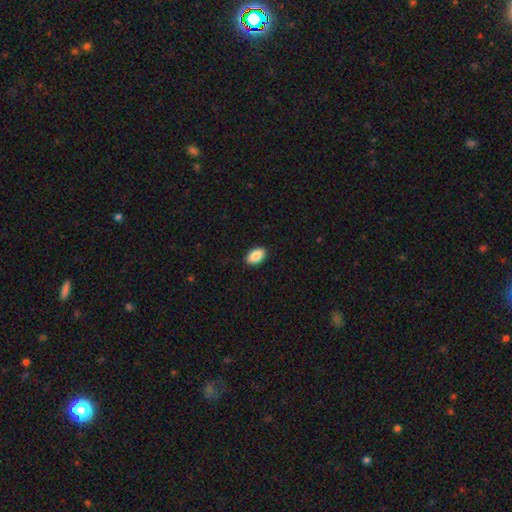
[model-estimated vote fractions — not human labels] A smooth galaxy with no disk features (88%) that is in between round and cigar-shaped (92%). Merging: none (89%).